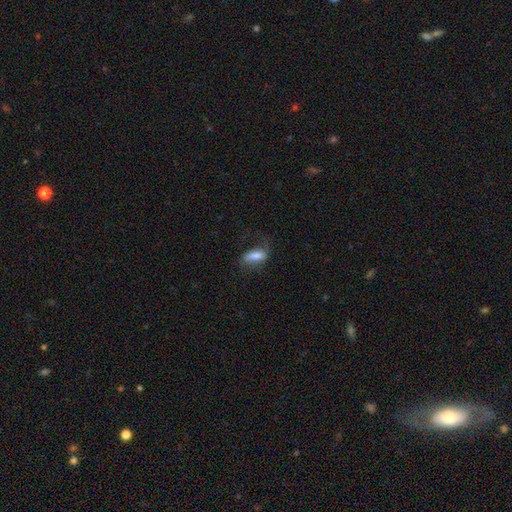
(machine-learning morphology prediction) A smooth galaxy with no disk features (66%) that is in between round and cigar-shaped (73%).

Vote fractions:
- Smooth or featured? smooth: 66% / featured or disk: 26% / star or artifact: 8%
- How rounded? in between: 73% / cigar-shaped: 23% / round: 4%
- Merging? none: 55% / minor disturbance: 24% / major disturbance: 19% / merger: 2%